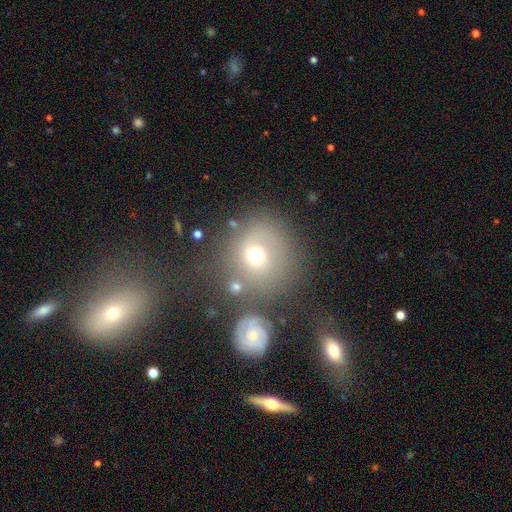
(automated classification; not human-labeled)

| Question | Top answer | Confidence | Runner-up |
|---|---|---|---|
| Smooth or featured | smooth | 61% | featured or disk (25%) |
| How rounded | round | 86% | in between (13%) |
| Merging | none | 65% | minor disturbance (15%) |